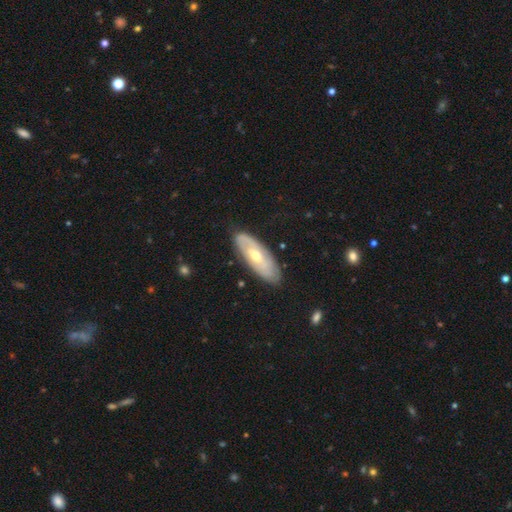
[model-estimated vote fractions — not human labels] Overall: featured or disk (64%; smooth 31%). Edge-on disk: no (78%). Merging: none (84%).